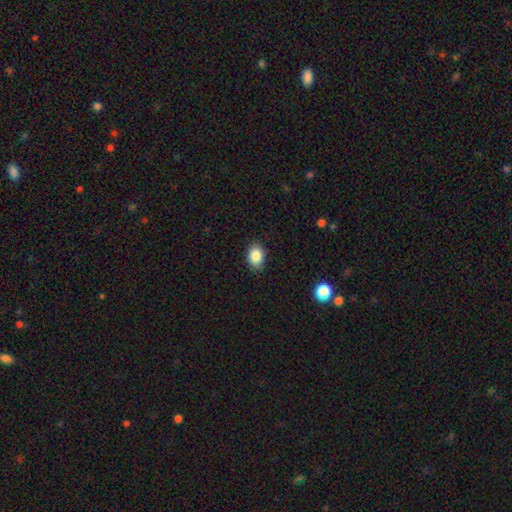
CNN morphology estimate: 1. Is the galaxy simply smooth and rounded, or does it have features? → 86% smooth, 9% star or artifact, 5% featured or disk.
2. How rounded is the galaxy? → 71% in between, 28% round, 1% cigar-shaped.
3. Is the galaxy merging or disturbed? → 84% none, 12% minor disturbance, 2% major disturbance, 1% merger.